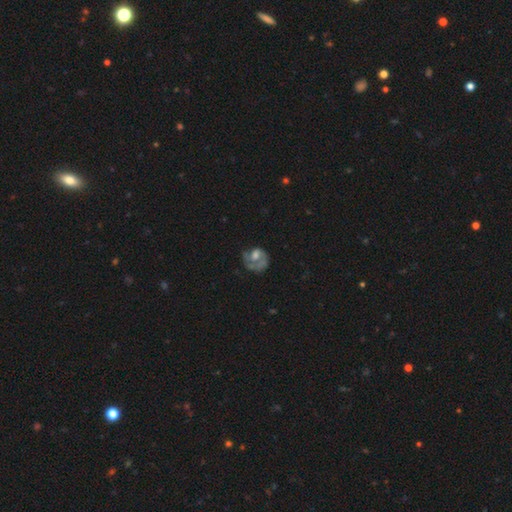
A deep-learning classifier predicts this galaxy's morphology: Smooth or featured?
  - featured or disk: 59% *
  - smooth: 32%
  - star or artifact: 9%
Edge-on disk?
  - no: 98% *
  - yes: 2%
Bar?
  - no: 77% *
  - weak: 20%
  - strong: 4%
Spiral arms?
  - yes: 65% *
  - no: 35%
Bulge size?
  - moderate: 48% *
  - large: 21%
  - small: 17%
  - none: 12%
  - dominant: 3%
Merging?
  - none: 42% *
  - major disturbance: 34%
  - minor disturbance: 20%
  - merger: 3%